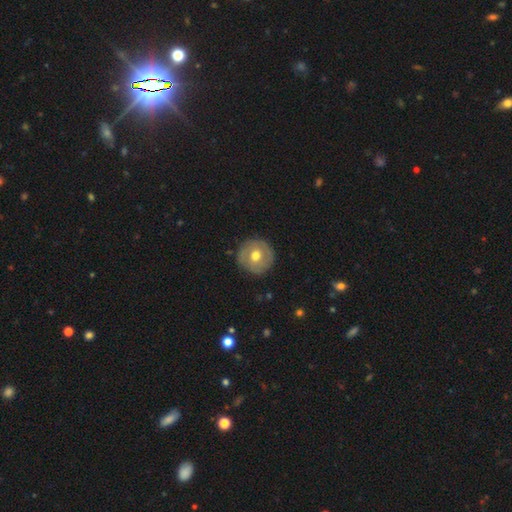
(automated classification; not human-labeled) Smooth or featured: featured or disk — 49% (smooth — 45%)
Merging: none — 85% (minor disturbance — 10%)